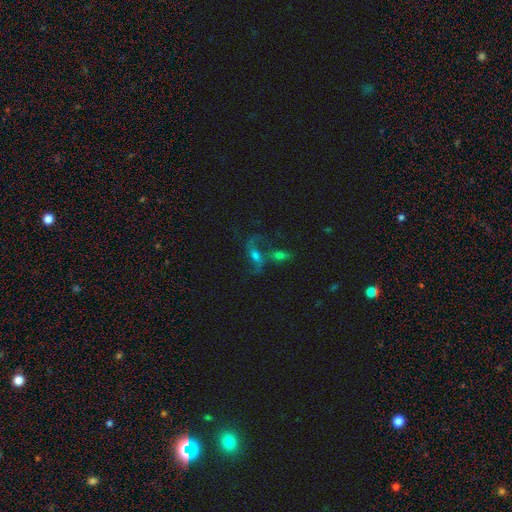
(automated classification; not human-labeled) A featured or disk galaxy (65%) with no bar (53%), 2 (77%) loose (78%) spiral arms (84%) and a moderate central bulge (54%). Merging: merger (50%).